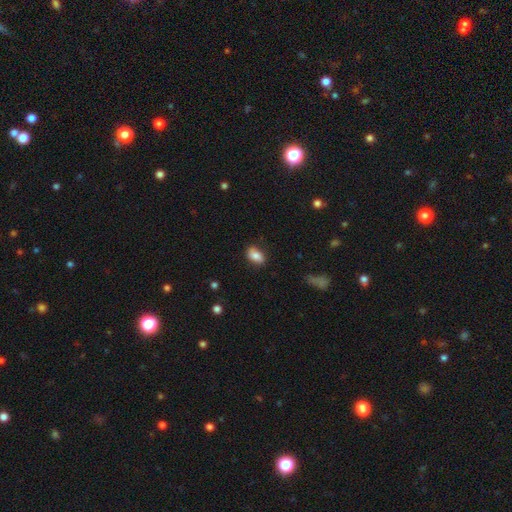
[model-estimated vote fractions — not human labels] smooth-or-featured: smooth: 84% | star or artifact: 8% | featured or disk: 8%
  how-rounded: in between: 88% | round: 10% | cigar-shaped: 2%
  merging: none: 79% | minor disturbance: 16% | major disturbance: 3% | merger: 1%